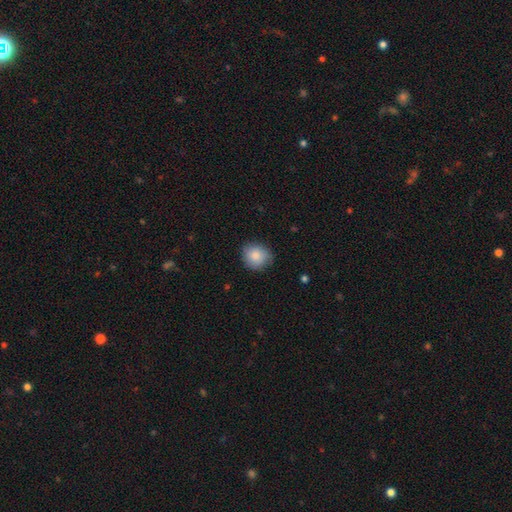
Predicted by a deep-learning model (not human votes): Overall: smooth (86%). How rounded: round (81%). Merging: none (81%).